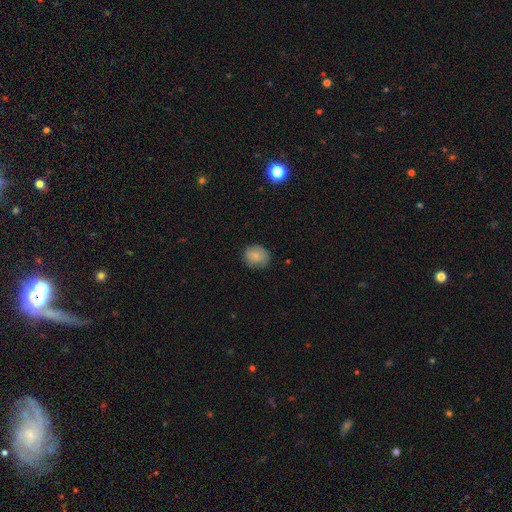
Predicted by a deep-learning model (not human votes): This appears to be a smooth galaxy with no disk features (82%) that is round (76%). Merging: none (81%).